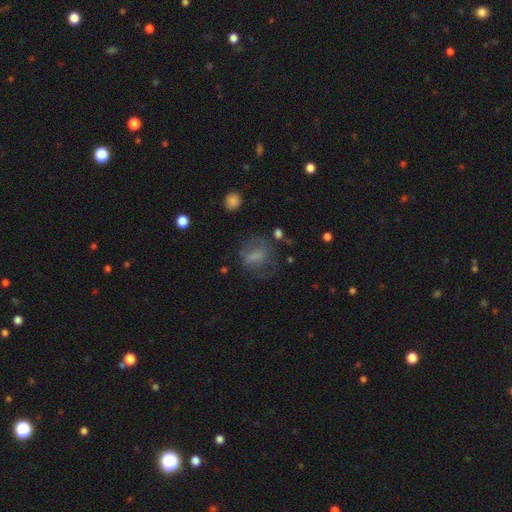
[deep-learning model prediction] smooth 54%, featured or disk 32%, star or artifact 14%. Down the decision tree: how rounded — round (51%); merging — none (46%).